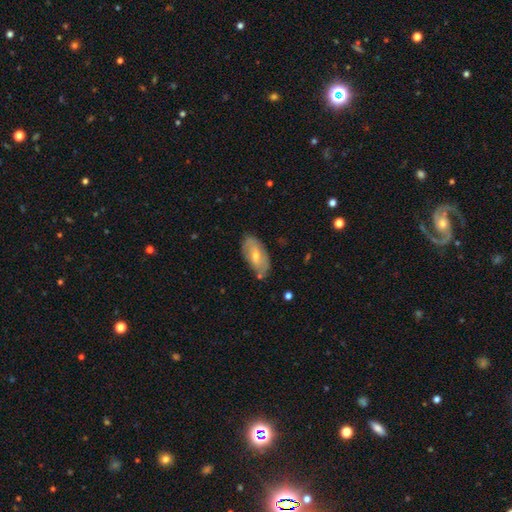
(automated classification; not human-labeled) smooth-or-featured: featured or disk: 52% | smooth: 41% | star or artifact: 7%
  disk-edge-on: no: 86% | yes: 14%
  merging: none: 73% | minor disturbance: 20% | major disturbance: 4% | merger: 3%